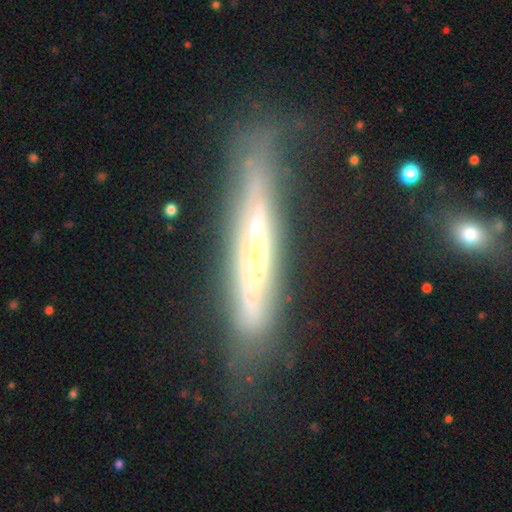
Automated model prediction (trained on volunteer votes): Smooth or featured? featured or disk (73%)
Edge-on disk? yes (80%)
Edge-on bulge? none (66%)
Merging? none (60%)